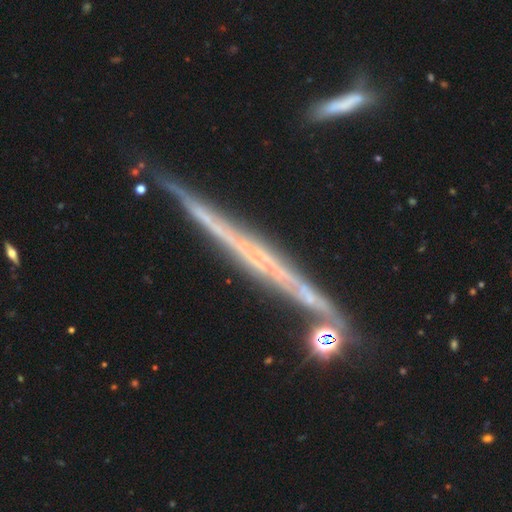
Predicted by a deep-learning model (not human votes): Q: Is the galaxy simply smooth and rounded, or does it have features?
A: featured or disk — 74%.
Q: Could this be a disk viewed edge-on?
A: yes — 97%.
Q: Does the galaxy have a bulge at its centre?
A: none — 78%.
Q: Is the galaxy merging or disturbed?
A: none — 81%.